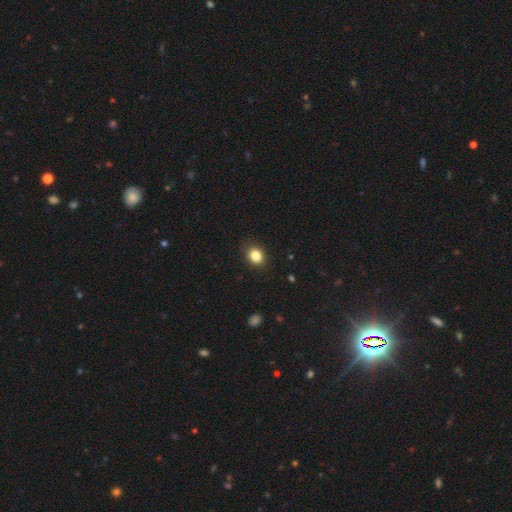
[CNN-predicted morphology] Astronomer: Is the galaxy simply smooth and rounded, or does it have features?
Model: smooth — 85%.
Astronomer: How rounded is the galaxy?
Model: round — 62% (runner-up: in between, 37%).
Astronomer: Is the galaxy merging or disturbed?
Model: none — 88%.